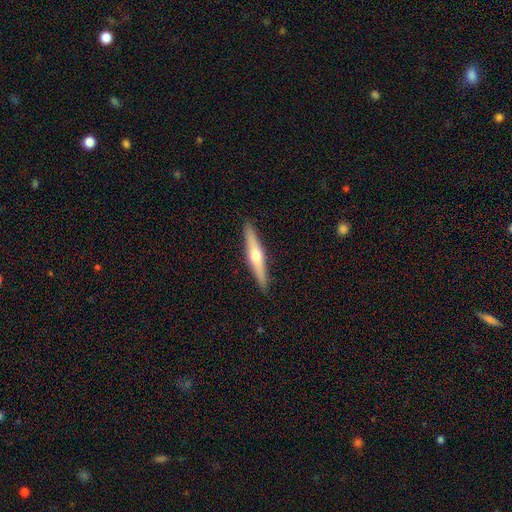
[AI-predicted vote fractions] Smooth or featured: featured or disk — 59% (smooth — 35%)
Edge-on disk: yes — 96% (no — 4%)
Edge-on bulge: rounded — 91% (none — 6%)
Merging: none — 91% (minor disturbance — 7%)